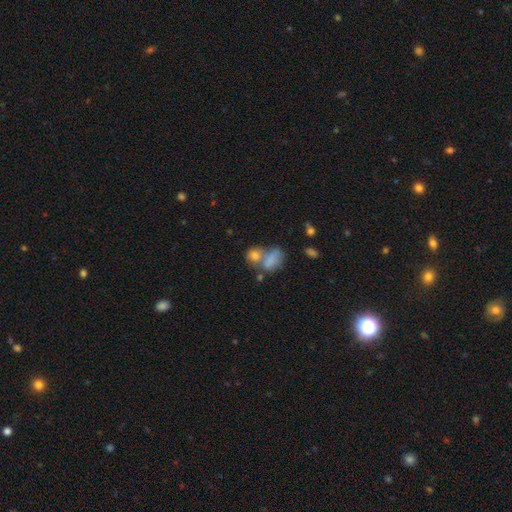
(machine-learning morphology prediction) This is likely a smooth galaxy (73%). How rounded: likely in between (63%). Merging: possibly merger (51%).